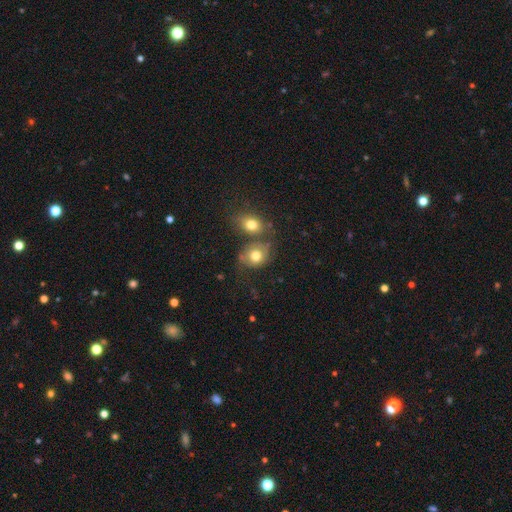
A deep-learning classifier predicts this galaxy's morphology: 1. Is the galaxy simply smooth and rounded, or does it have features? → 74% smooth, 16% featured or disk, 10% star or artifact.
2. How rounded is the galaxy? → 61% round, 37% in between, 1% cigar-shaped.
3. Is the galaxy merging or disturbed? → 46% none, 30% merger, 16% minor disturbance, 8% major disturbance.